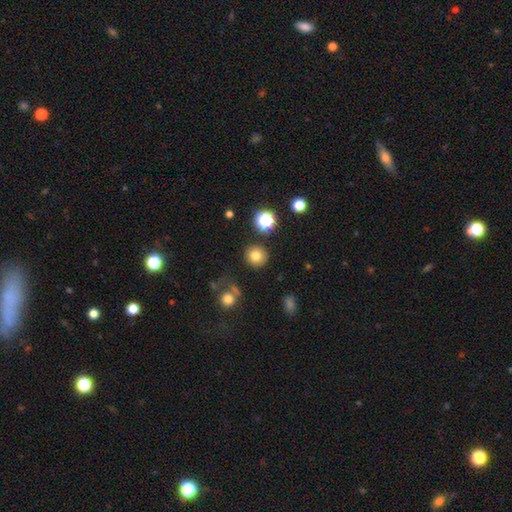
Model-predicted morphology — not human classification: A smooth galaxy with no disk features (79%) that is round (92%).

Vote fractions:
- Smooth or featured? smooth: 79% / star or artifact: 13% / featured or disk: 8%
- How rounded? round: 92% / in between: 7% / cigar-shaped: 1%
- Merging? none: 87% / minor disturbance: 7% / merger: 3% / major disturbance: 3%